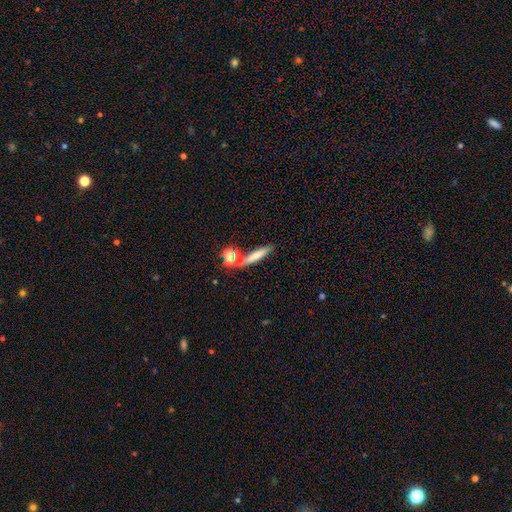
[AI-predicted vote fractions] Morphology: type=smooth (67%); roundness=cigar-shaped (76%); merging=none (60%).